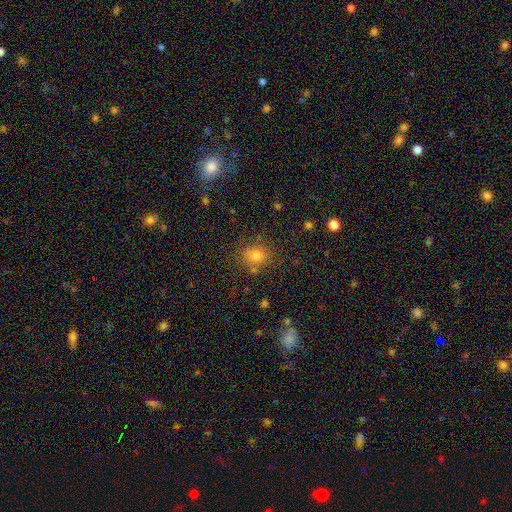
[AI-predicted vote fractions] Smooth or featured?
  - smooth: 74% *
  - star or artifact: 19%
  - featured or disk: 7%
How rounded?
  - round: 74% *
  - in between: 25%
  - cigar-shaped: 1%
Merging?
  - none: 79% *
  - minor disturbance: 11%
  - merger: 6%
  - major disturbance: 4%